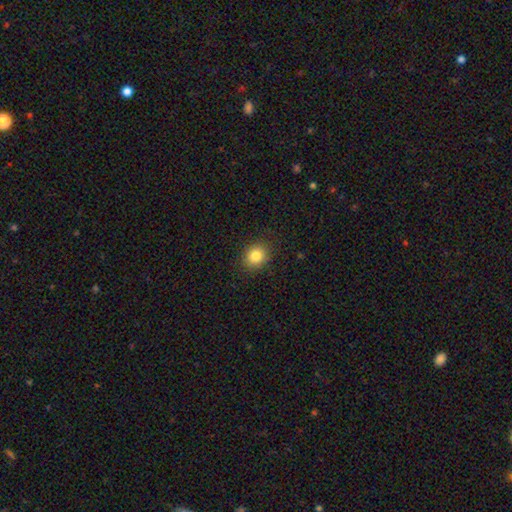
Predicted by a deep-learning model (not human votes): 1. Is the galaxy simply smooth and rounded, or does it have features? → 83% smooth, 11% star or artifact, 7% featured or disk.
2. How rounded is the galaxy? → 69% round, 30% in between, 1% cigar-shaped.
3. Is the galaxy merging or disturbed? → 89% none, 8% minor disturbance, 2% major disturbance, 1% merger.